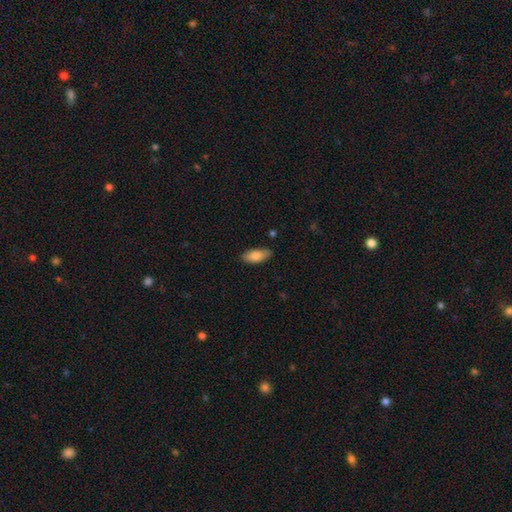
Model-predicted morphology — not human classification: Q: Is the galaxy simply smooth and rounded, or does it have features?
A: smooth — 80%.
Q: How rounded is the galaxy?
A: in between — 86%.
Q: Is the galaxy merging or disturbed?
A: none — 84%.